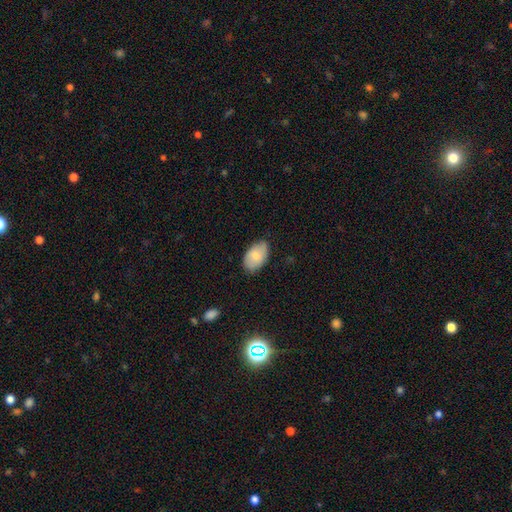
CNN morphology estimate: The model was most divided on "merging": none: 76%, minor disturbance: 20%, major disturbance: 3%, merger: 1%. More confident: how rounded — in between (93%); smooth or featured — smooth (76%).